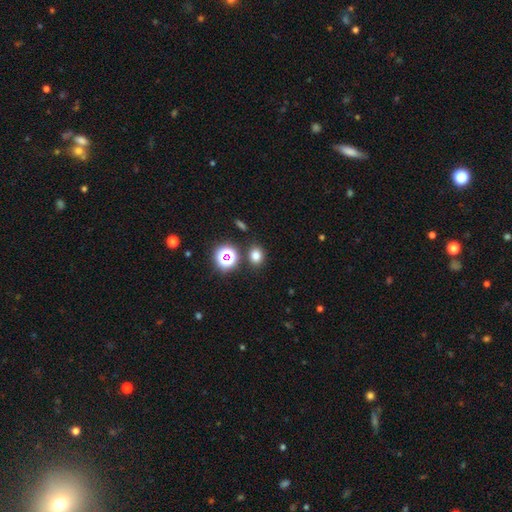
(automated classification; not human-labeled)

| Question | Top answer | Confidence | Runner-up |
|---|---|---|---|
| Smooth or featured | smooth | 75% | star or artifact (19%) |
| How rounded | round | 62% | in between (37%) |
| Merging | none | 83% | minor disturbance (9%) |